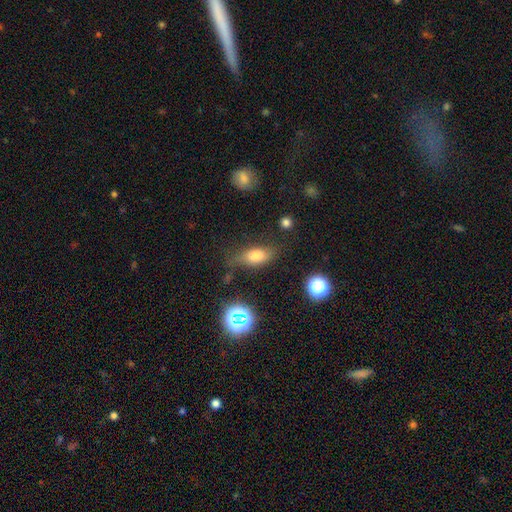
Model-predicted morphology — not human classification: Smooth or featured? Predicted: smooth (p=0.69). How rounded? Predicted: in between (p=0.78). Merging? Predicted: none (p=0.67).